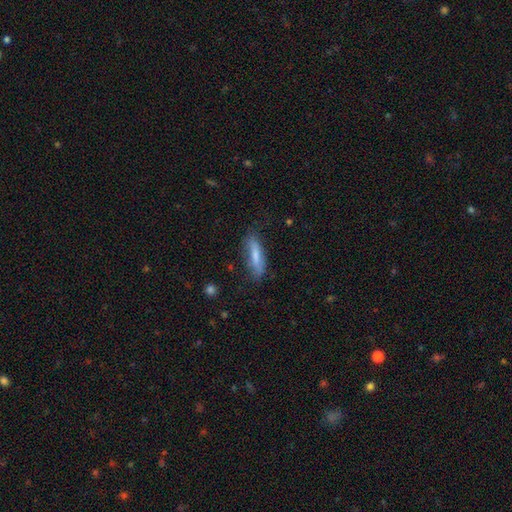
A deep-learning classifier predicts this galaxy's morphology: This appears to be a smooth galaxy with no disk features (73%) that is cigar-shaped (62%). Merging: none (70%).